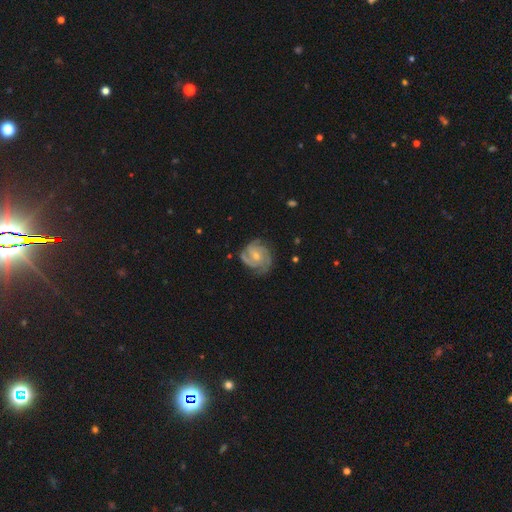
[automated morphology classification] smooth_or_featured: featured or disk (p=0.88) [alt: smooth p=0.08]
disk_edge_on: no (p=0.98) [alt: yes p=0.02]
bar: no (p=0.49) [alt: weak p=0.42]
has_spiral_arms: yes (p=0.98) [alt: no p=0.02]
spiral_winding: tight (p=0.58) [alt: medium p=0.36]
spiral_arm_count: 3 (p=0.54) [alt: 2 p=0.16]
bulge_size: small (p=0.51) [alt: moderate p=0.45]
merging: none (p=0.73) [alt: minor disturbance p=0.19]